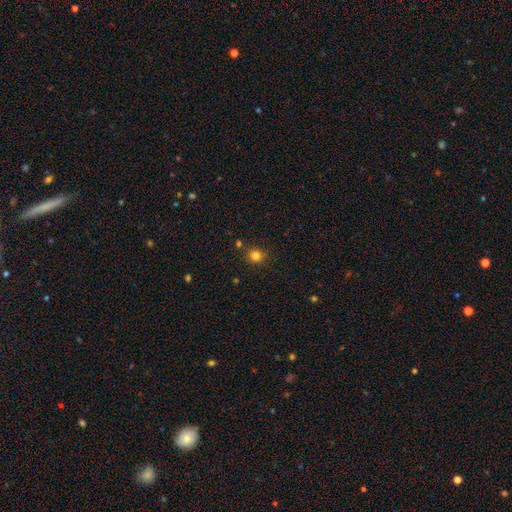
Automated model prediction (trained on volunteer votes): smooth 81%, star or artifact 14%, featured or disk 5%. Down the decision tree: how rounded — round (87%); merging — none (83%).